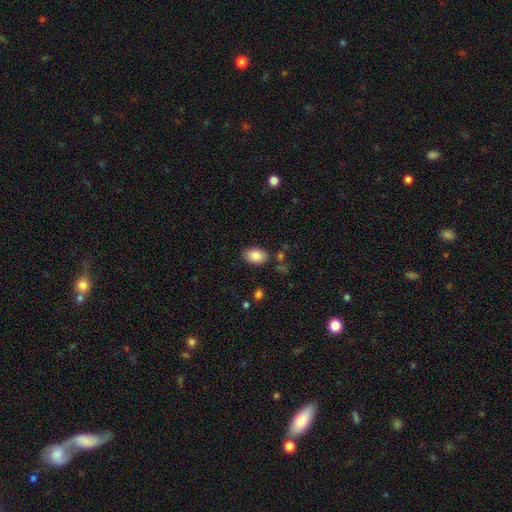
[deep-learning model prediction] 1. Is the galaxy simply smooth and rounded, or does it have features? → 86% smooth, 8% star or artifact, 6% featured or disk.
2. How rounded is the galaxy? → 88% in between, 11% round, 1% cigar-shaped.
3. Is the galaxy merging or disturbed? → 82% none, 12% minor disturbance, 3% merger, 3% major disturbance.